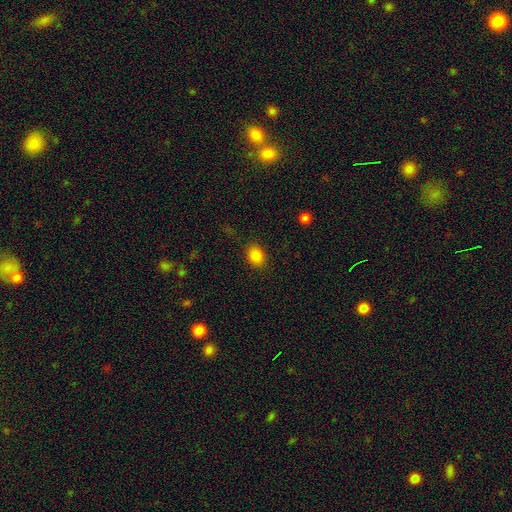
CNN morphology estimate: Smooth or featured?
  - smooth: 84% *
  - star or artifact: 10%
  - featured or disk: 5%
How rounded?
  - in between: 62% *
  - round: 37%
  - cigar-shaped: 1%
Merging?
  - none: 87% *
  - minor disturbance: 9%
  - major disturbance: 3%
  - merger: 1%